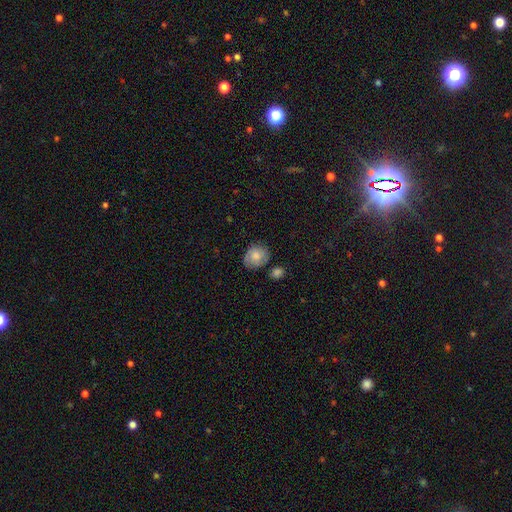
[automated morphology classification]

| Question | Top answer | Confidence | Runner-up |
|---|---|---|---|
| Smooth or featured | smooth | 62% | featured or disk (30%) |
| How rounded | round | 65% | in between (34%) |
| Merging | none | 67% | minor disturbance (21%) |